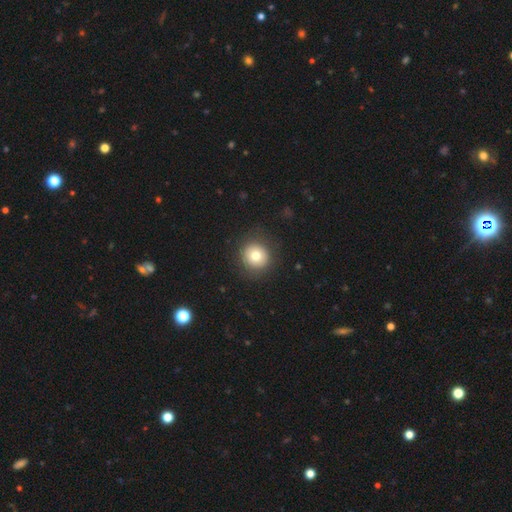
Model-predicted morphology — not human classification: Smooth or featured? Predicted: smooth (p=0.77). How rounded? Predicted: round (p=0.92). Merging? Predicted: none (p=0.88).